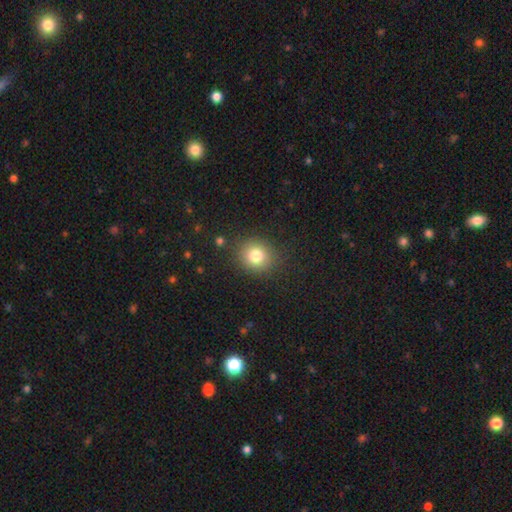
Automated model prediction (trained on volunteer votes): A smooth galaxy with no disk features (80%) that is round (79%).

Vote fractions:
- Smooth or featured? smooth: 80% / star or artifact: 12% / featured or disk: 8%
- How rounded? round: 79% / in between: 21% / cigar-shaped: 1%
- Merging? none: 86% / minor disturbance: 9% / major disturbance: 3% / merger: 2%